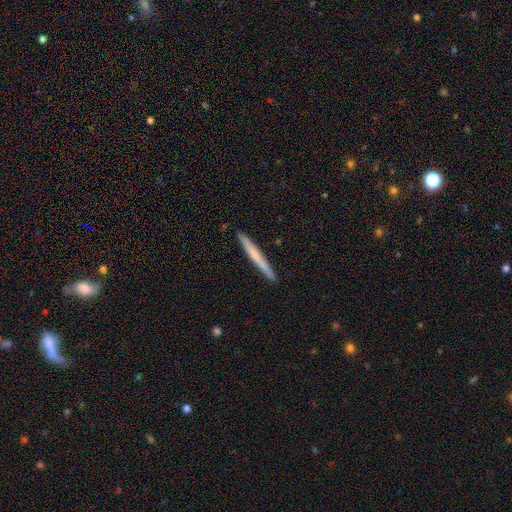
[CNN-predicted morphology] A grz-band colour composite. It shows a smooth galaxy with no disk features (58%) that is cigar-shaped (97%). Merging: none (92%).